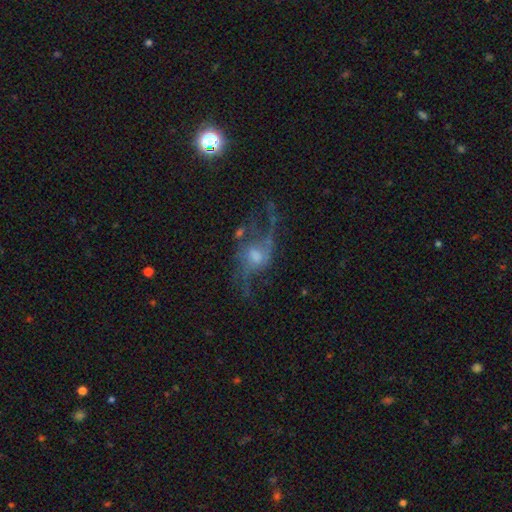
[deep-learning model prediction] Smooth or featured?
  - featured or disk: 76% *
  - smooth: 12%
  - star or artifact: 12%
Edge-on disk?
  - no: 93% *
  - yes: 7%
Bar?
  - no: 60% *
  - weak: 33%
  - strong: 7%
Spiral arms?
  - yes: 86% *
  - no: 14%
Spiral winding?
  - loose: 80% *
  - medium: 16%
  - tight: 4%
Spiral arm count?
  - 2: 80% *
  - can't tell: 7%
  - 1: 4%
  - 3: 4%
  - 4: 2%
  - more than 4: 2%
Bulge size?
  - moderate: 50% *
  - small: 34%
  - large: 8%
  - none: 6%
  - dominant: 2%
Merging?
  - none: 53% *
  - major disturbance: 26%
  - minor disturbance: 16%
  - merger: 4%